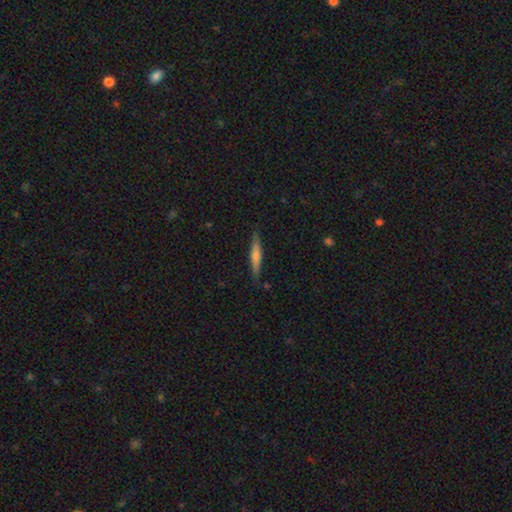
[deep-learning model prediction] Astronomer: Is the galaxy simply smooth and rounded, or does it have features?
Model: featured or disk — 52% (runner-up: smooth, 42%).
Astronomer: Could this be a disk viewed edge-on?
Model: yes — 95%.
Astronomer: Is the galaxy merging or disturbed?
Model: none — 88%.